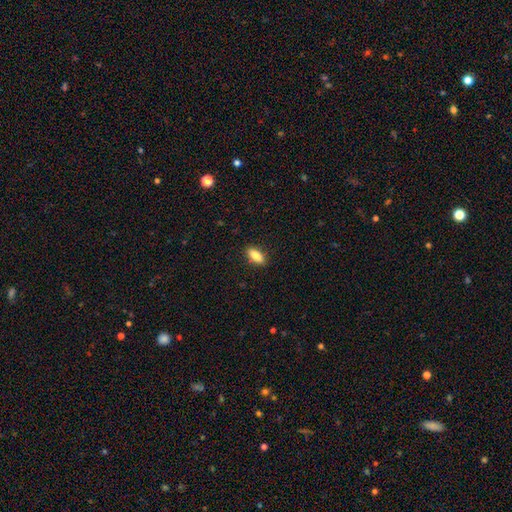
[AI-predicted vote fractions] Smooth or featured?
  - smooth: 86% *
  - star or artifact: 7%
  - featured or disk: 7%
How rounded?
  - in between: 80% *
  - cigar-shaped: 17%
  - round: 3%
Merging?
  - none: 88% *
  - minor disturbance: 9%
  - major disturbance: 2%
  - merger: 1%